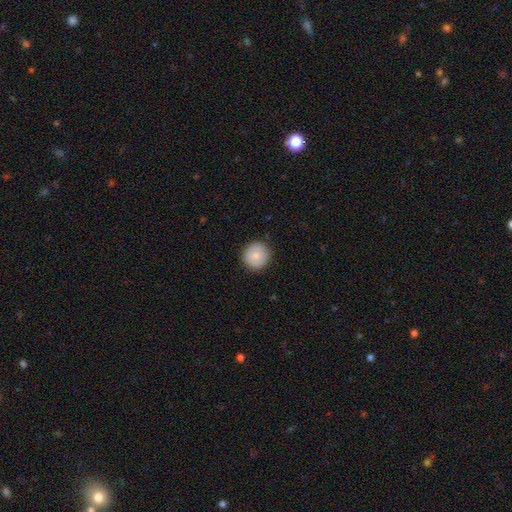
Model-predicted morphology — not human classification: A smooth galaxy with no disk features (83%) that is round (94%).

Vote fractions:
- Smooth or featured? smooth: 83% / featured or disk: 9% / star or artifact: 7%
- How rounded? round: 94% / in between: 5% / cigar-shaped: 1%
- Merging? none: 90% / minor disturbance: 7% / major disturbance: 2% / merger: 1%